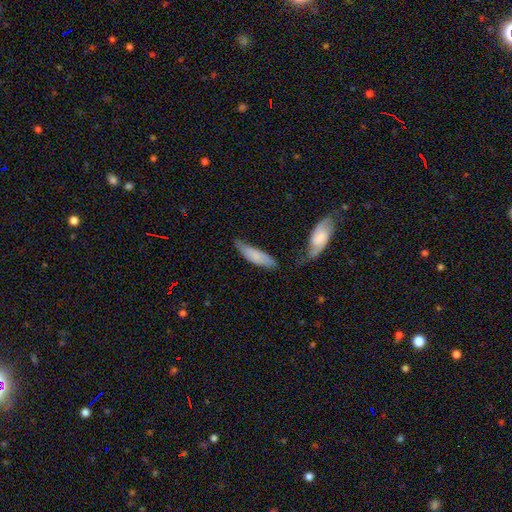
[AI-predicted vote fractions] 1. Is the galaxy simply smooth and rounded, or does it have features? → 72% smooth, 22% featured or disk, 6% star or artifact.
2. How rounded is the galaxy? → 61% cigar-shaped, 37% in between, 2% round.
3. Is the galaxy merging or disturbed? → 50% none, 29% minor disturbance, 11% merger, 10% major disturbance.